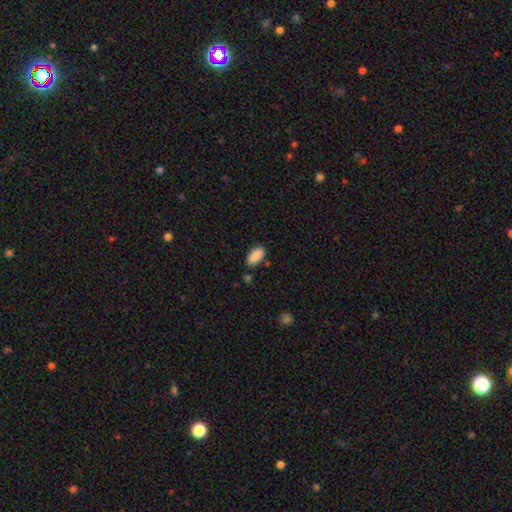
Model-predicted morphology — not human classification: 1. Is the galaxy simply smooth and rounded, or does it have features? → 88% smooth, 7% star or artifact, 5% featured or disk.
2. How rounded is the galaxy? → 94% in between, 3% cigar-shaped, 3% round.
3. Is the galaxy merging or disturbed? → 83% none, 11% minor disturbance, 3% merger, 2% major disturbance.